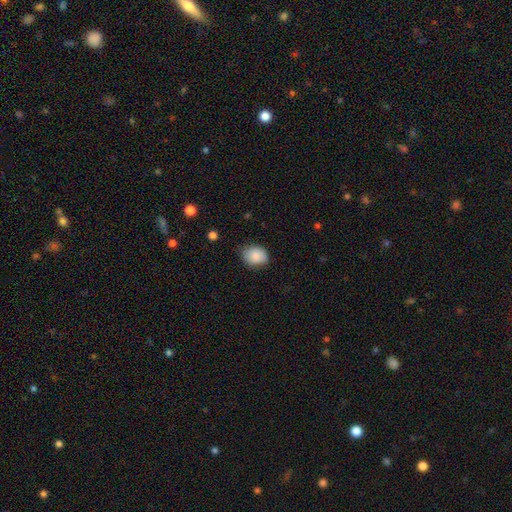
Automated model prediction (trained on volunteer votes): Smooth or featured: smooth — 84% (featured or disk — 9%)
How rounded: in between — 57% (round — 42%)
Merging: none — 67% (minor disturbance — 27%)